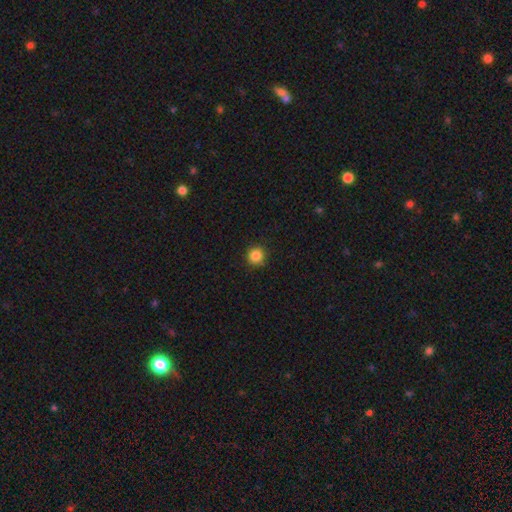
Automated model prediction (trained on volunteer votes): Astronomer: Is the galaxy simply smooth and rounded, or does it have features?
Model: smooth — 86%.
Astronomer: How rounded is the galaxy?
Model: round — 94%.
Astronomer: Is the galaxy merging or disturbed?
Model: none — 90%.